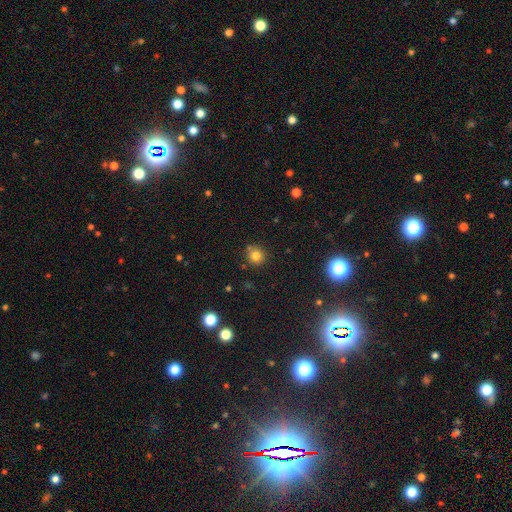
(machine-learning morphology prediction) A smooth galaxy with no disk features (79%) that is round (89%).

Vote fractions:
- Smooth or featured? smooth: 79% / star or artifact: 14% / featured or disk: 7%
- How rounded? round: 89% / in between: 10% / cigar-shaped: 1%
- Merging? none: 78% / minor disturbance: 12% / merger: 7% / major disturbance: 3%